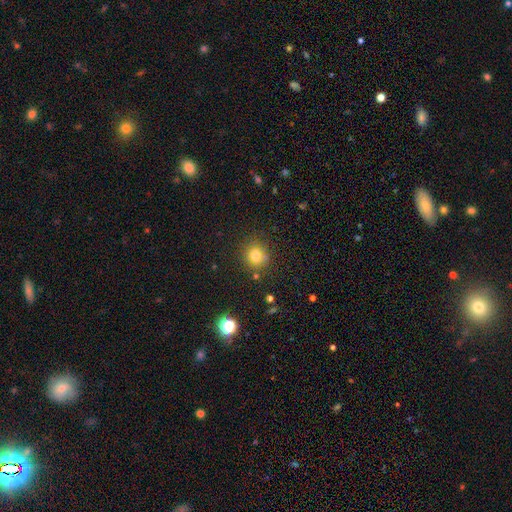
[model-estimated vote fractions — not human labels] Overall: smooth (78%). How rounded: round (87%). Merging: none (83%).